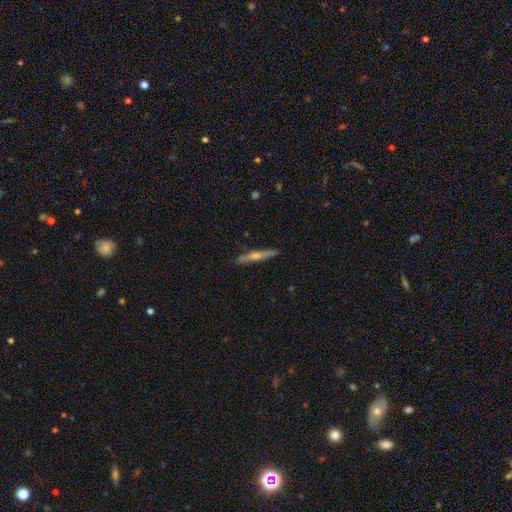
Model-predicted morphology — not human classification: type=featured or disk (63%); edge-on=yes (96%); edge-on bulge=rounded (82%); merging=none (90%).